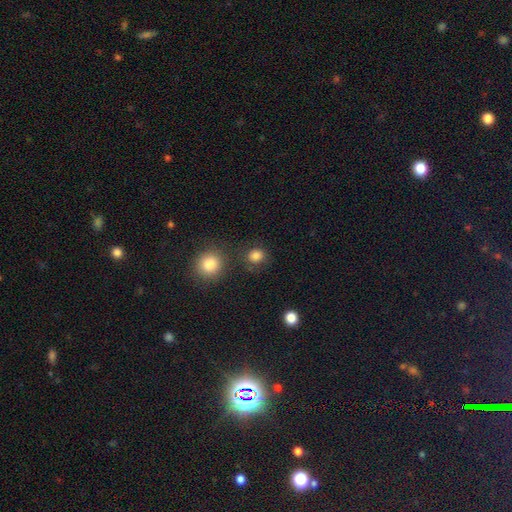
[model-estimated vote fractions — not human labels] smooth_or_featured: smooth (p=0.83) [alt: star or artifact p=0.13]
how_rounded: round (p=0.82) [alt: in between p=0.17]
merging: none (p=0.76) [alt: minor disturbance p=0.10]